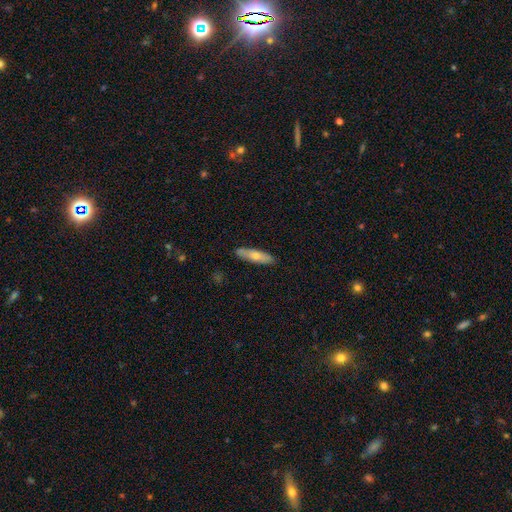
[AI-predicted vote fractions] smooth_or_featured: smooth (p=0.64) [alt: featured or disk p=0.31]
how_rounded: cigar-shaped (p=0.64) [alt: in between p=0.34]
merging: none (p=0.86) [alt: minor disturbance p=0.11]